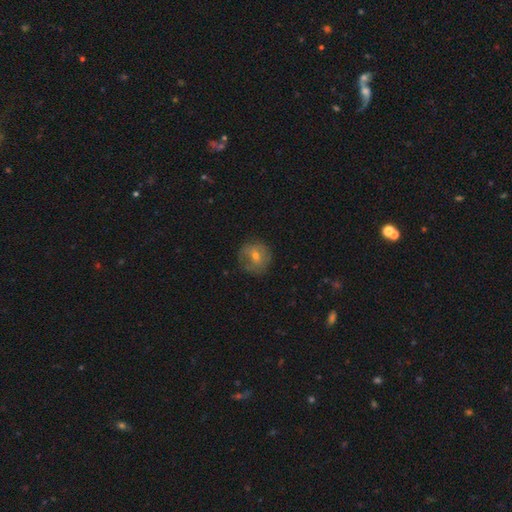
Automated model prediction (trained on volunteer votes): Overall: smooth (53%; featured or disk 35%). How rounded: round (89%). Merging: none (75%).